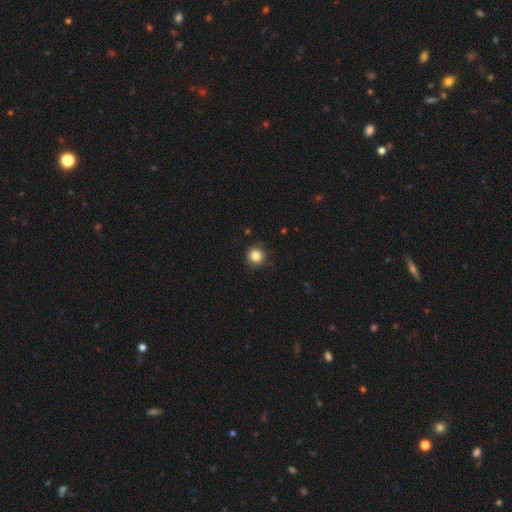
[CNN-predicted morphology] This is clearly a smooth galaxy (85%). How rounded: clearly round (93%). Merging: clearly none (87%).